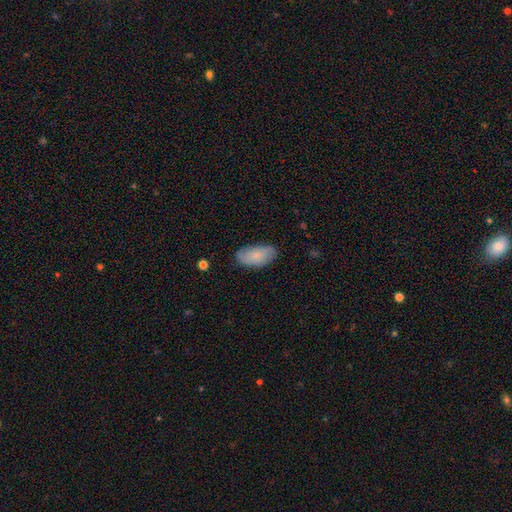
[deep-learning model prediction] Smooth or featured? Predicted: smooth (p=0.73). How rounded? Predicted: in between (p=0.94). Merging? Predicted: none (p=0.76).